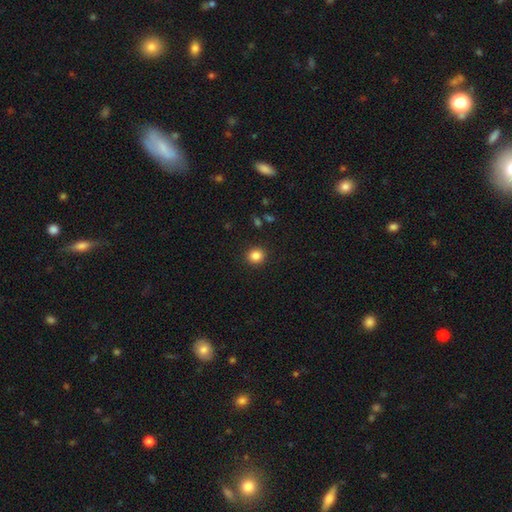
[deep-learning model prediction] Overall: smooth (85%). How rounded: round (86%). Merging: none (91%).